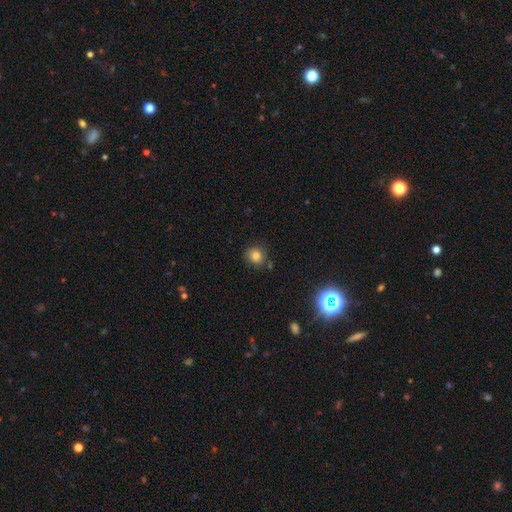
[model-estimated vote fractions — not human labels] smooth-or-featured: smooth: 80% | star or artifact: 13% | featured or disk: 7%
  how-rounded: round: 81% | in between: 18% | cigar-shaped: 1%
  merging: none: 76% | minor disturbance: 15% | merger: 5% | major disturbance: 4%